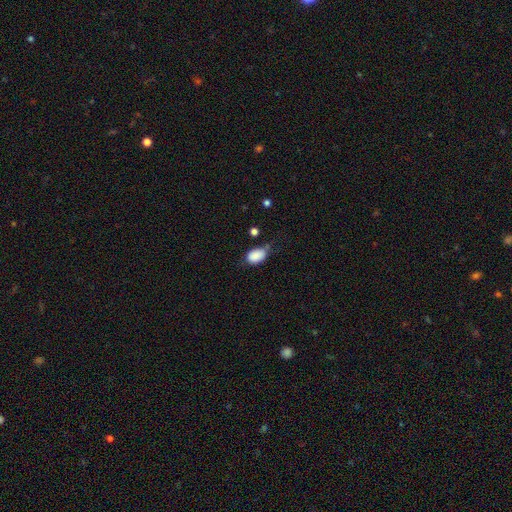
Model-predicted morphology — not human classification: smooth_or_featured: smooth (p=0.87) [alt: star or artifact p=0.08]
how_rounded: in between (p=0.87) [alt: round p=0.12]
merging: none (p=0.54) [alt: minor disturbance p=0.33]